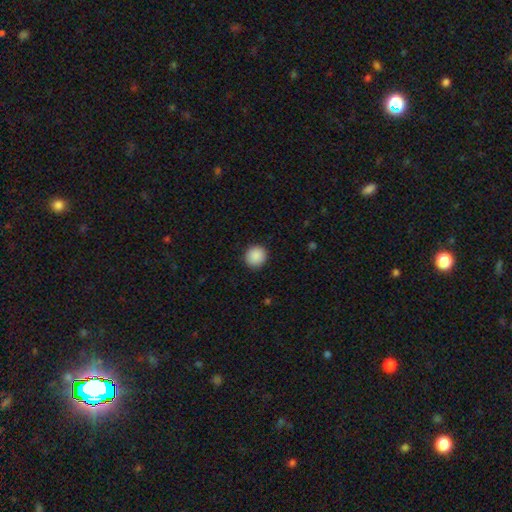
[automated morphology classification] A smooth galaxy with no disk features (89%) that is round (92%).

Vote fractions:
- Smooth or featured? smooth: 89% / star or artifact: 8% / featured or disk: 3%
- How rounded? round: 92% / in between: 7% / cigar-shaped: 1%
- Merging? none: 92% / minor disturbance: 6% / major disturbance: 2% / merger: 1%